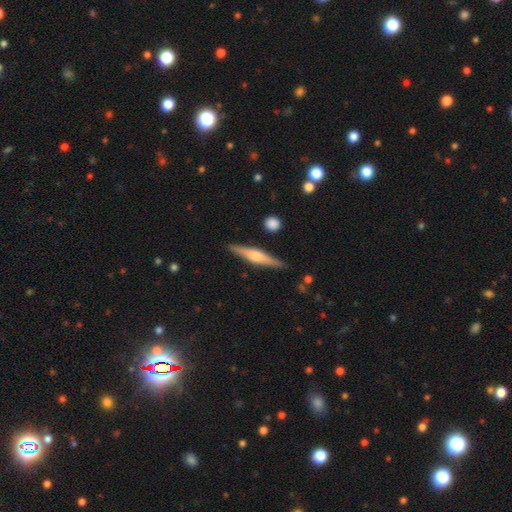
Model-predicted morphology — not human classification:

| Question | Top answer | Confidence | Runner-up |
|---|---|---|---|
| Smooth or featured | featured or disk | 68% | smooth (27%) |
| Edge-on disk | yes | 97% | no (3%) |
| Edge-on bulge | rounded | 87% | boxy (9%) |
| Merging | none | 89% | minor disturbance (8%) |